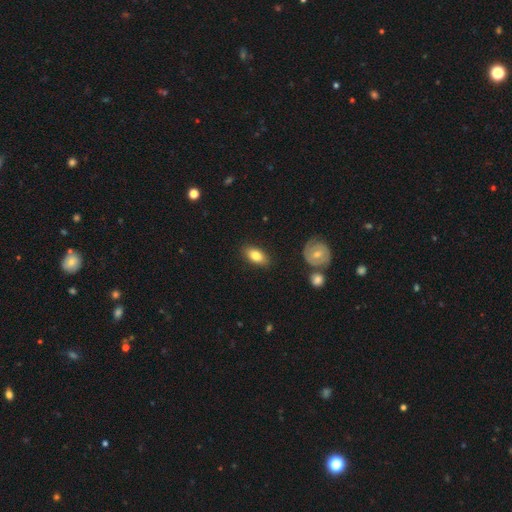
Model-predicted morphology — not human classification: type=smooth (81%); roundness=in between (89%); merging=none (85%).